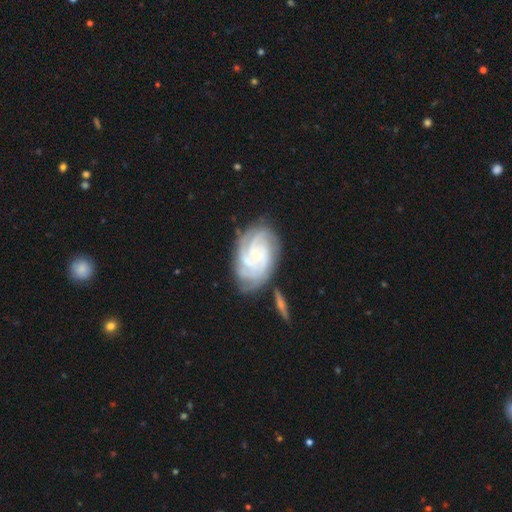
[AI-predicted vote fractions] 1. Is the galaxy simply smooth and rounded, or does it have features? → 87% featured or disk, 8% smooth, 6% star or artifact.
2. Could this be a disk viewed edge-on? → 97% no, 3% yes.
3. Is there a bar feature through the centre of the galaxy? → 61% no, 31% weak, 8% strong.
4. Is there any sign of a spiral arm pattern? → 98% yes, 2% no.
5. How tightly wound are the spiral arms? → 75% tight, 22% medium, 4% loose.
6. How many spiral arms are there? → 35% 4, 22% 3, 18% can't tell, 11% more than 4, 10% 2, 5% 1.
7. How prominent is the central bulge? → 75% small, 20% moderate, 3% none, 1% large, 1% dominant.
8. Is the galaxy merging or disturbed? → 72% none, 17% minor disturbance, 6% merger, 5% major disturbance.